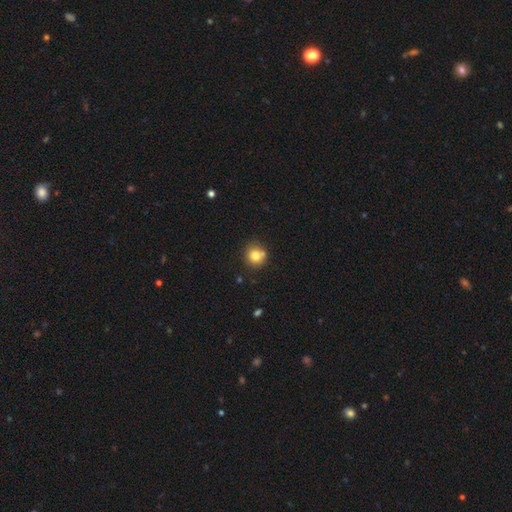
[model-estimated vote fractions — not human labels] This appears to be a smooth galaxy with no disk features (79%) that is round (92%). Merging: none (75%).